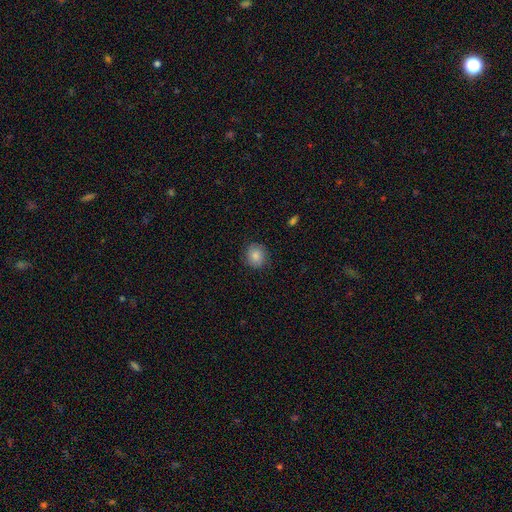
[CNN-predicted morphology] Smooth or featured? Predicted: smooth (p=0.83). How rounded? Predicted: round (p=0.83). Merging? Predicted: none (p=0.85).